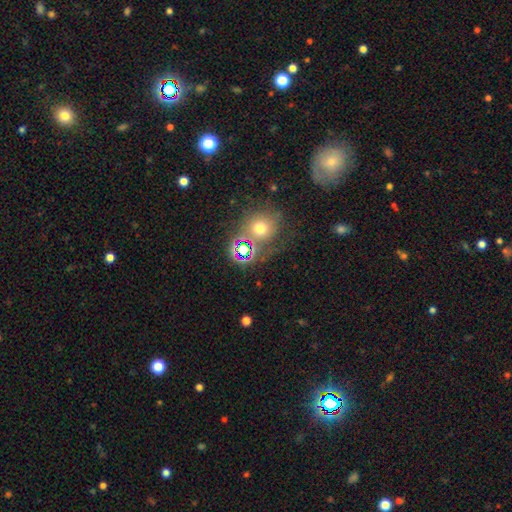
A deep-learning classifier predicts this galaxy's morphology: A smooth galaxy with no disk features (42%).

Vote fractions:
- Smooth or featured? smooth: 42% / star or artifact: 37% / featured or disk: 21%
- Merging? none: 56% / merger: 28% / minor disturbance: 10% / major disturbance: 6%